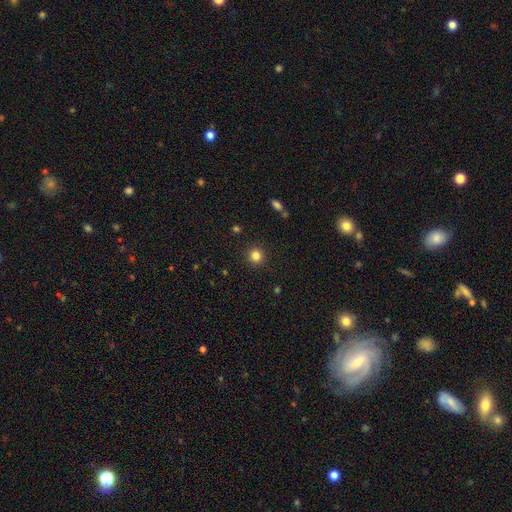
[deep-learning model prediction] smooth-or-featured: smooth: 83% | star or artifact: 13% | featured or disk: 5%
  how-rounded: round: 94% | in between: 5% | cigar-shaped: 1%
  merging: none: 92% | minor disturbance: 5% | major disturbance: 2% | merger: 1%